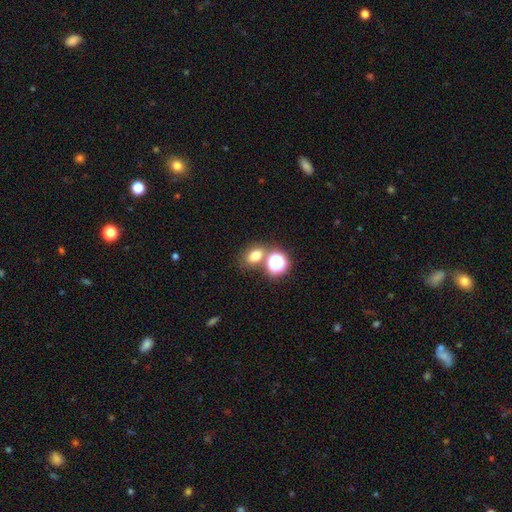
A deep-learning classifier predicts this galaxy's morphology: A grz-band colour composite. It shows a smooth galaxy with no disk features (71%) that is in between round and cigar-shaped (56%). Merging: none (59%).